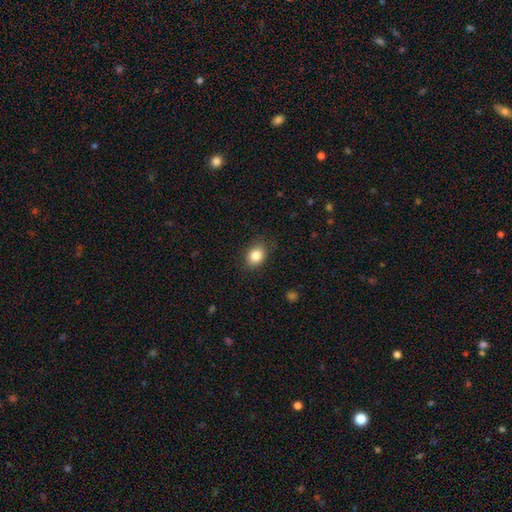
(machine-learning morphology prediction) Q: Smooth or featured?
A: smooth (85%); runner-up: star or artifact (9%)
Q: How rounded?
A: in between (55%); runner-up: round (44%)
Q: Merging?
A: none (83%); runner-up: minor disturbance (13%)